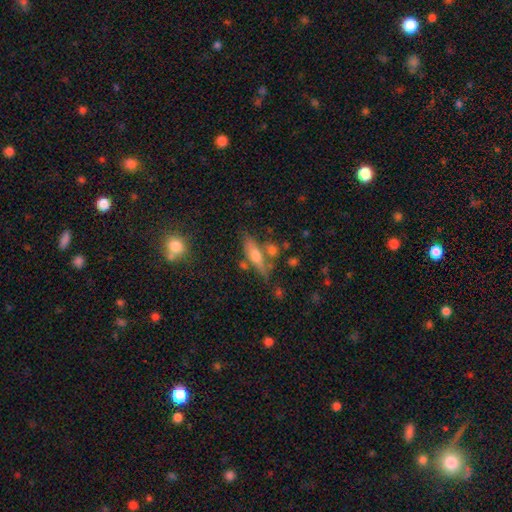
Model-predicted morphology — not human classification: This appears to be a smooth galaxy with no disk features (49%). Merging: none (65%).